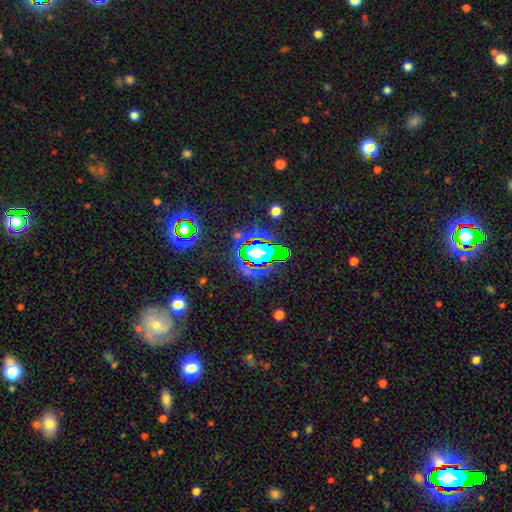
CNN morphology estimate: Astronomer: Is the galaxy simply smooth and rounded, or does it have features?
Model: star or artifact — 71%.